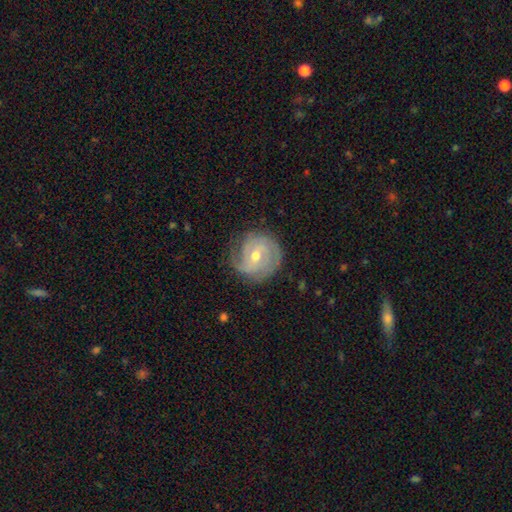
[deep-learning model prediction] The model was most divided on "spiral arm count": 2: 32%, 3: 26%, can't tell: 25%, 4: 6%, 1: 6%, more than 4: 4%. Remaining: edge-on disk — no (97%); spiral arms — yes (94%); smooth or featured — featured or disk (81%); merging — none (76%); spiral winding — tight (63%); bulge size — moderate (60%); bar — no (47%).